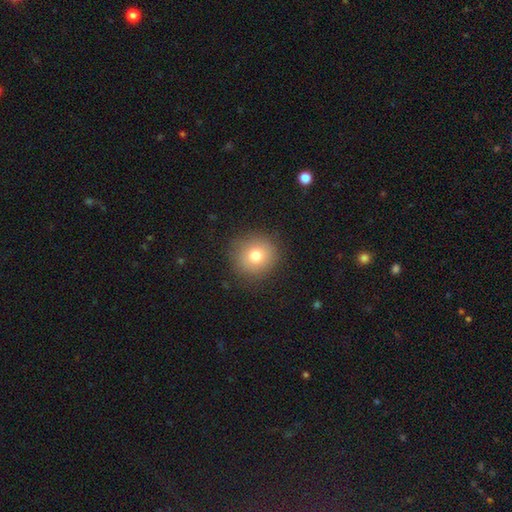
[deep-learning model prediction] Smooth or featured: smooth — 78% (featured or disk — 11%)
How rounded: round — 91% (in between — 8%)
Merging: none — 88% (minor disturbance — 8%)